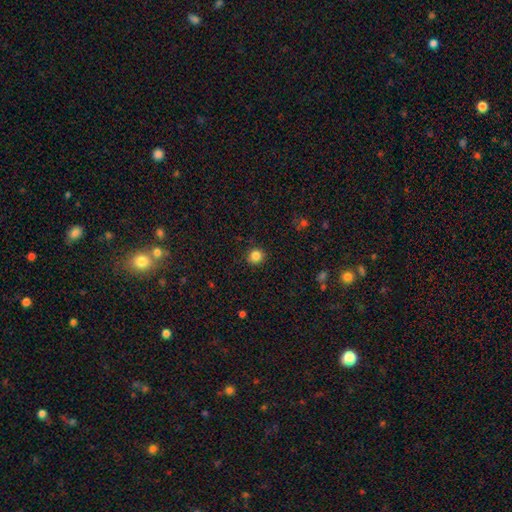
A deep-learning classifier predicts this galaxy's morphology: smooth 84%, star or artifact 11%, featured or disk 4%. Down the decision tree: how rounded — round (88%); merging — none (90%).